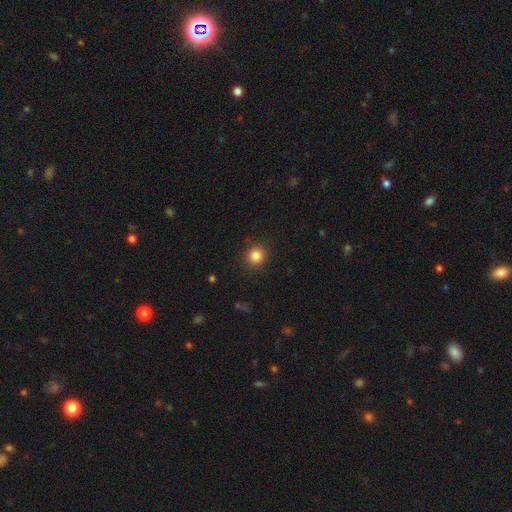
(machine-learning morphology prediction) smooth_or_featured: smooth (p=0.84) [alt: star or artifact p=0.11]
how_rounded: round (p=0.90) [alt: in between p=0.09]
merging: none (p=0.90) [alt: minor disturbance p=0.07]